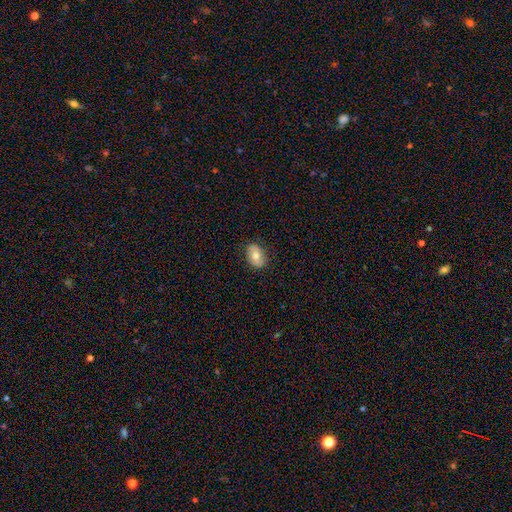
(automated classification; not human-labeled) Q: Smooth or featured?
A: smooth (71%); runner-up: featured or disk (21%)
Q: How rounded?
A: in between (80%); runner-up: round (19%)
Q: Merging?
A: none (85%); runner-up: minor disturbance (12%)